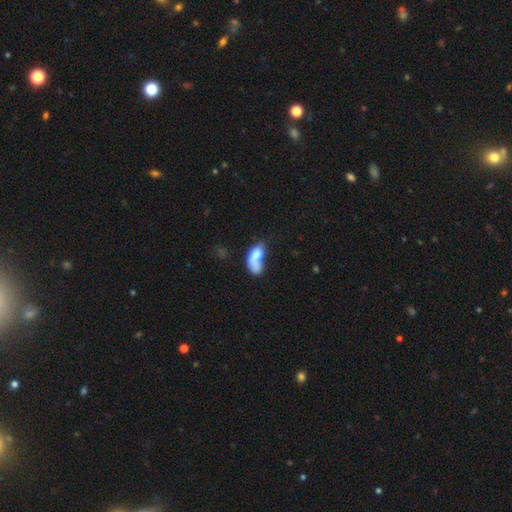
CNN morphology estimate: smooth 65%, featured or disk 26%, star or artifact 9%. Down the decision tree: how rounded — in between (84%); merging — merger (42%).